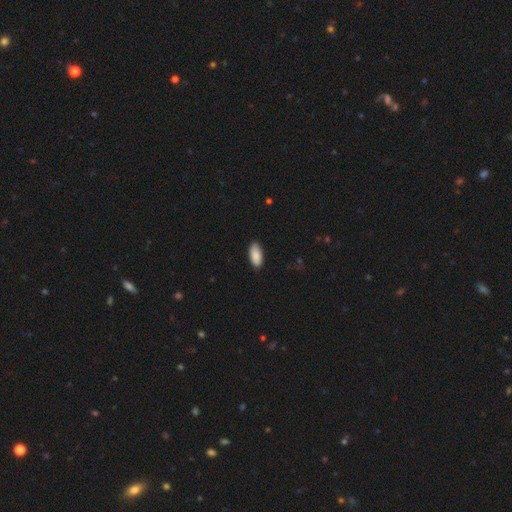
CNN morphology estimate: smooth-or-featured: smooth: 89% | star or artifact: 6% | featured or disk: 5%
  how-rounded: in between: 91% | cigar-shaped: 7% | round: 2%
  merging: none: 86% | minor disturbance: 12% | major disturbance: 2% | merger: 1%